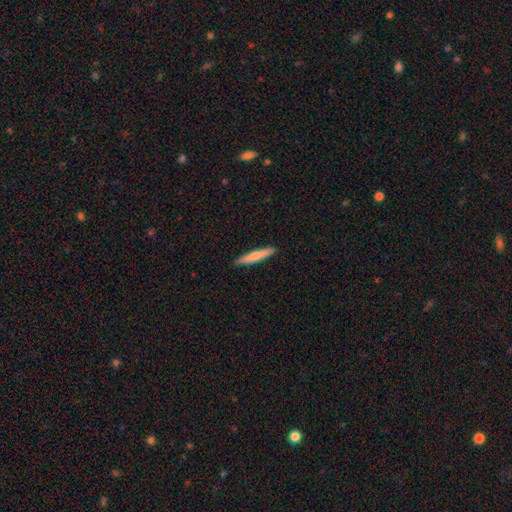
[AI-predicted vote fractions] Smooth or featured?
  - smooth: 70% *
  - featured or disk: 24%
  - star or artifact: 5%
How rounded?
  - cigar-shaped: 94% *
  - in between: 5%
  - round: 1%
Merging?
  - none: 91% *
  - minor disturbance: 6%
  - major disturbance: 1%
  - merger: 1%